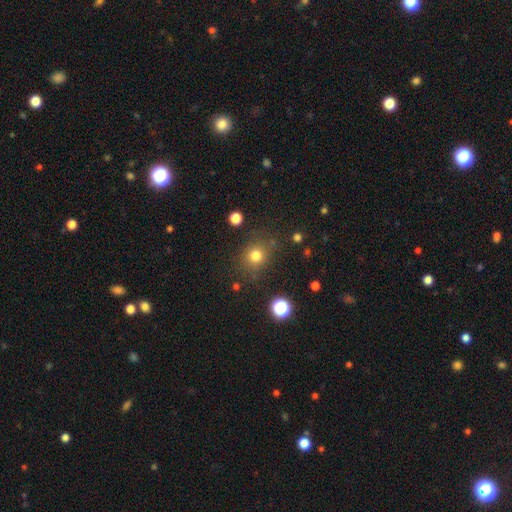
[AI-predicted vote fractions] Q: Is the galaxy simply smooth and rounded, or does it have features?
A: smooth — 78%.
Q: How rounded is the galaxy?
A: round — 84%.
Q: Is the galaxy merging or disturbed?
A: none — 81%.